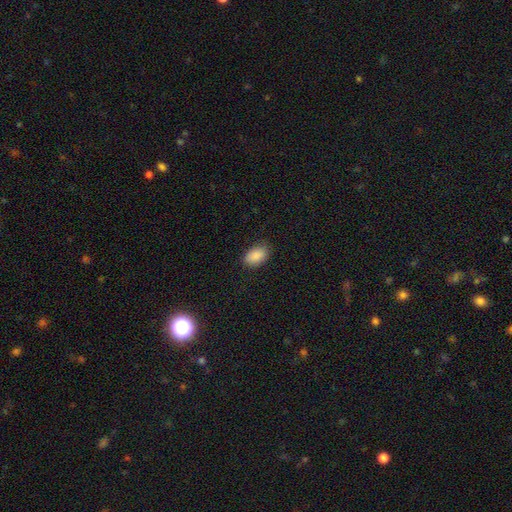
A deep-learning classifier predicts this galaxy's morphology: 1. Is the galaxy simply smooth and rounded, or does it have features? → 89% smooth, 7% star or artifact, 4% featured or disk.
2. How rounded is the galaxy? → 90% in between, 9% round, 1% cigar-shaped.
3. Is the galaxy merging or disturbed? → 84% none, 12% minor disturbance, 3% major disturbance, 1% merger.